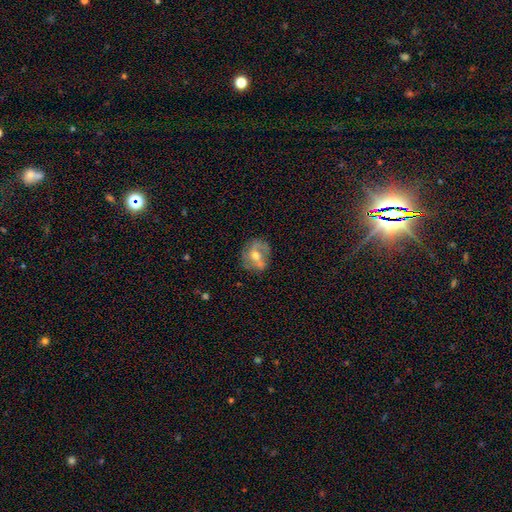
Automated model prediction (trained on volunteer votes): This is possibly a featured or disk galaxy (60%). It is clearly not viewed edge-on (95%). Bar: marginally no (44%). Spiral arm pattern: likely yes (63%). Central bulge: likely moderate (72%). Merging: likely none (66%).